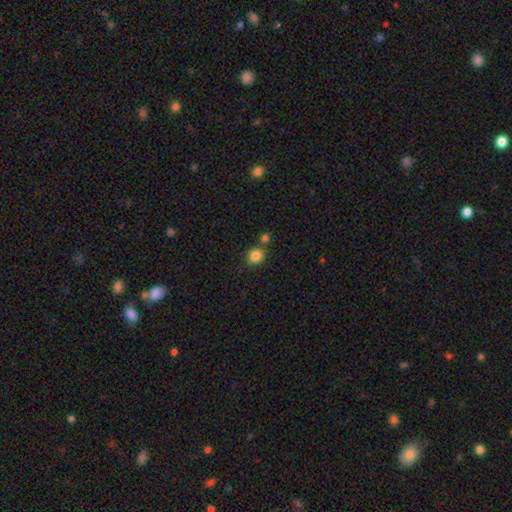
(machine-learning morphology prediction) This is clearly a smooth galaxy (85%). How rounded: likely round (73%). Merging: likely none (72%).